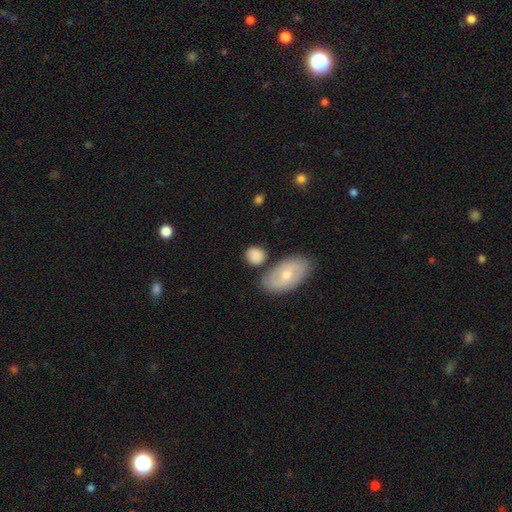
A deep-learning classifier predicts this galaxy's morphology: Smooth or featured?
  - smooth: 83% *
  - featured or disk: 11%
  - star or artifact: 7%
How rounded?
  - round: 57% *
  - in between: 41%
  - cigar-shaped: 2%
Merging?
  - none: 70% *
  - minor disturbance: 16%
  - merger: 10%
  - major disturbance: 5%